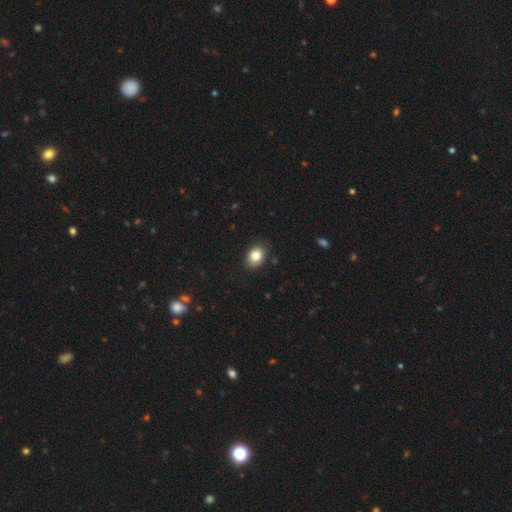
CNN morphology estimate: smooth-or-featured: smooth: 83% | star or artifact: 9% | featured or disk: 8%
  how-rounded: in between: 70% | round: 29% | cigar-shaped: 1%
  merging: none: 87% | minor disturbance: 10% | major disturbance: 2% | merger: 1%